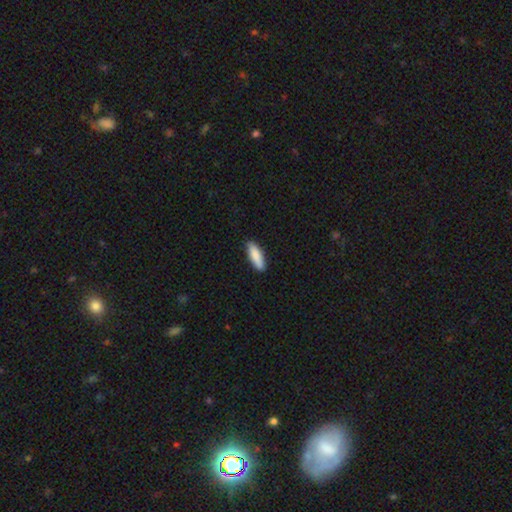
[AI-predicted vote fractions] Smooth or featured? Predicted: smooth (p=0.87). How rounded? Predicted: cigar-shaped (p=0.55). Merging? Predicted: none (p=0.87).